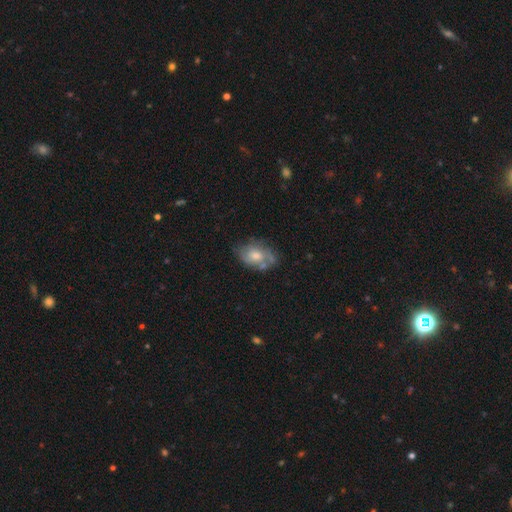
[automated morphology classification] featured or disk 53%, smooth 38%, star or artifact 9%. Down the decision tree: edge-on disk — no (95%); merging — none (60%).